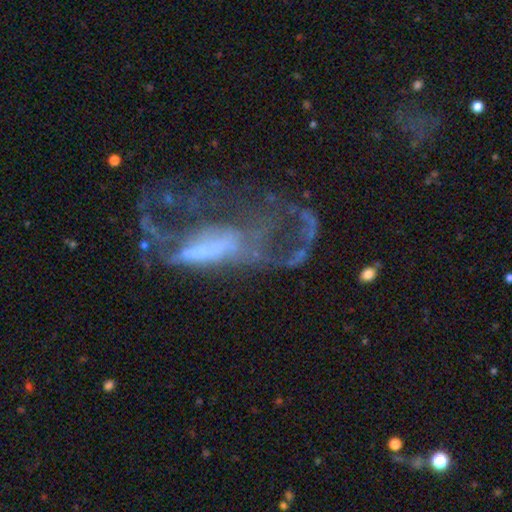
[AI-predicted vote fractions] The model was most divided on "spiral arms": no: 56%, yes: 44%. Remaining: edge-on disk — no (89%); smooth or featured — featured or disk (69%); merging — major disturbance (57%); bar — no (54%); bulge size — none (43%).